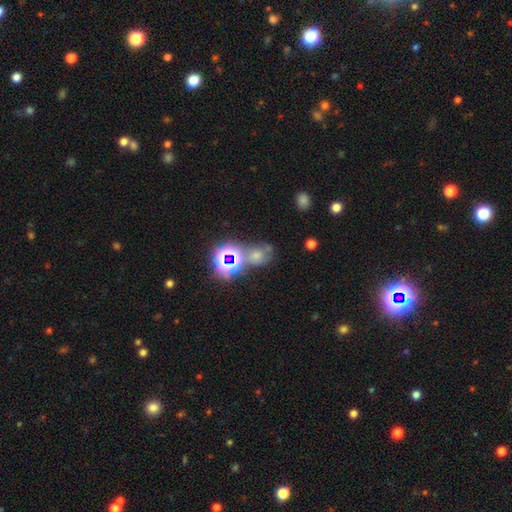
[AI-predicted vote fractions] smooth-or-featured: star or artifact: 59% | smooth: 26% | featured or disk: 16%